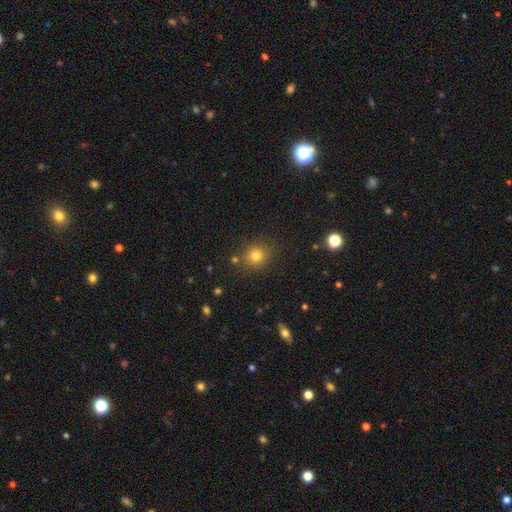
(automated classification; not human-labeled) Smooth or featured? smooth (78%)
How rounded? round (81%)
Merging? none (83%)